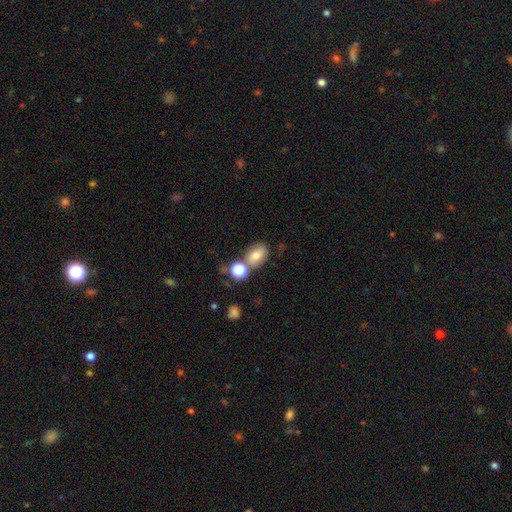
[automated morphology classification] This appears to be a smooth galaxy with no disk features (74%) that is in between round and cigar-shaped (75%). Merging: none (58%).